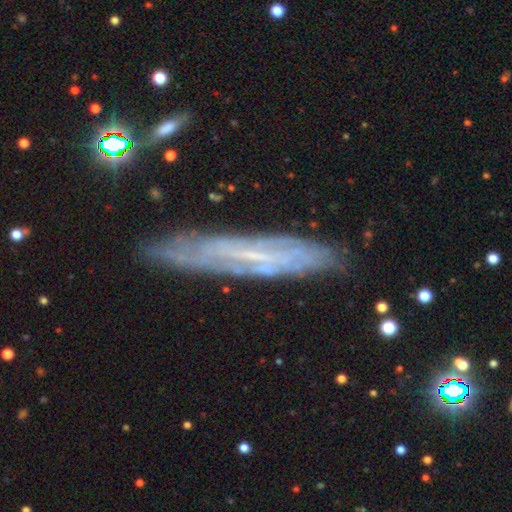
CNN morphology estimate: This appears to be a featured or disk galaxy (66%) viewed edge-on (59%). Merging: none (82%).